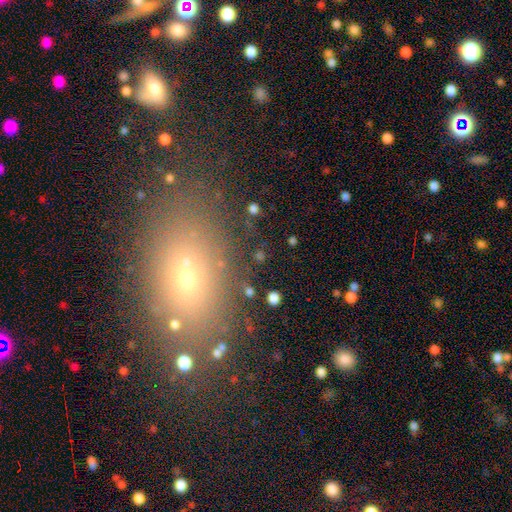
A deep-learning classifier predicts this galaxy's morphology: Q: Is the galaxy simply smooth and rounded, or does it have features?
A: smooth — 64%.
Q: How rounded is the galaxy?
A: in between — 81%.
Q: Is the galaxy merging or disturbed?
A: none — 79%.